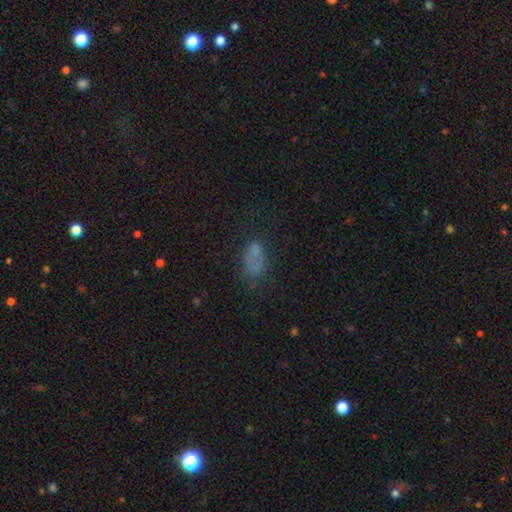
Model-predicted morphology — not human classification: Overall: smooth (59%; featured or disk 21%). How rounded: in between (84%). Merging: none (43%; minor disturbance 22%).